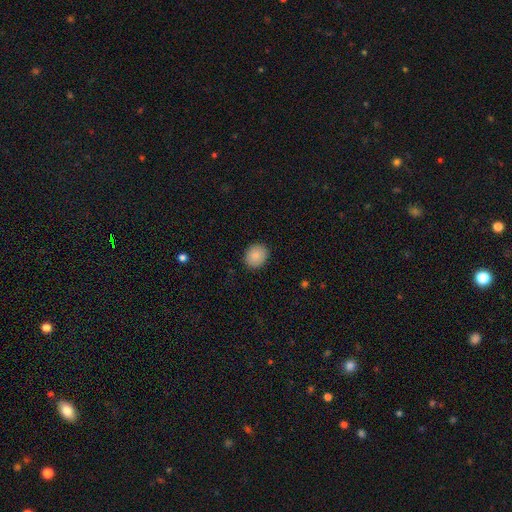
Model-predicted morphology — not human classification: Smooth or featured? smooth (88%)
How rounded? round (67%)
Merging? none (89%)